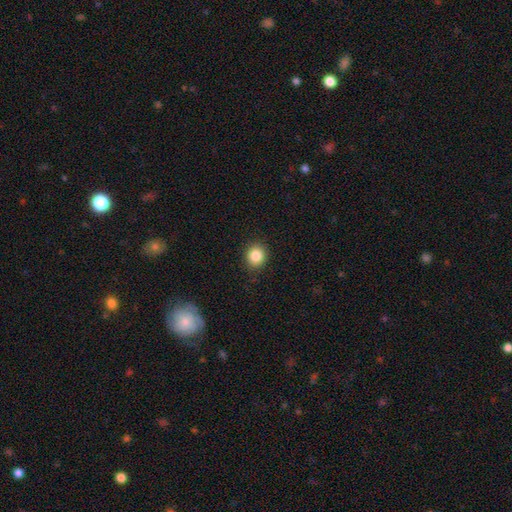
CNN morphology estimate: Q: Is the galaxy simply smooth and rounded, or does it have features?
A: smooth — 86%.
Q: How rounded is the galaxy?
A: round — 79%.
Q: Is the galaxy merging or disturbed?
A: none — 90%.